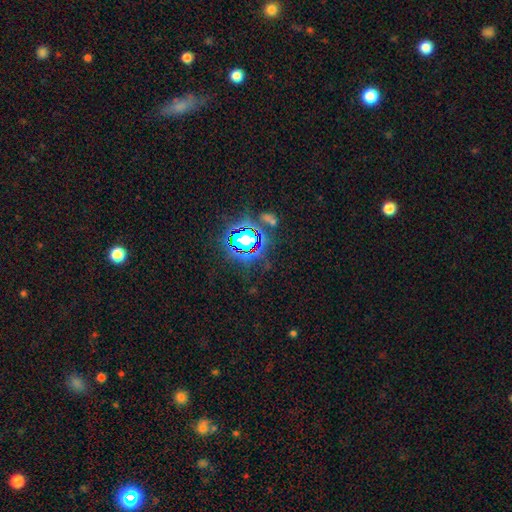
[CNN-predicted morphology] smooth-or-featured: star or artifact: 79% | smooth: 13% | featured or disk: 8%